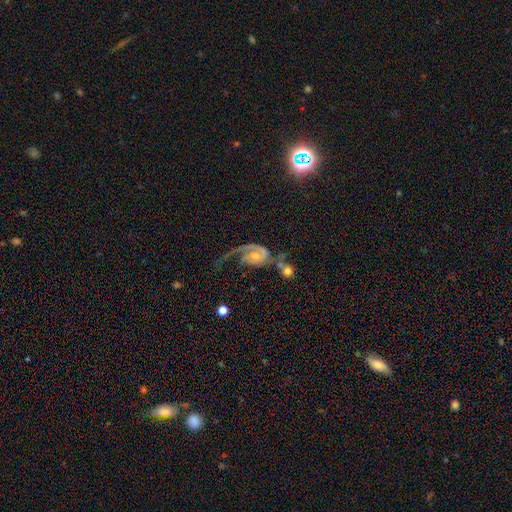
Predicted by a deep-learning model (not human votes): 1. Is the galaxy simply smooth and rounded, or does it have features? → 84% featured or disk, 8% star or artifact, 8% smooth.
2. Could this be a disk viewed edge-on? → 97% no, 3% yes.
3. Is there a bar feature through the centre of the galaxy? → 67% no, 26% weak, 7% strong.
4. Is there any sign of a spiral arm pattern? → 95% yes, 5% no.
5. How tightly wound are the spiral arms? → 41% medium, 37% loose, 22% tight.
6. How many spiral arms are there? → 52% 2, 38% 1, 5% can't tell, 2% 3, 1% 4, 1% more than 4.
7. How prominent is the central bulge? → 53% small, 39% moderate, 3% none, 3% large, 1% dominant.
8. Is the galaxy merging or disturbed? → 33% none, 32% major disturbance, 20% merger, 16% minor disturbance.